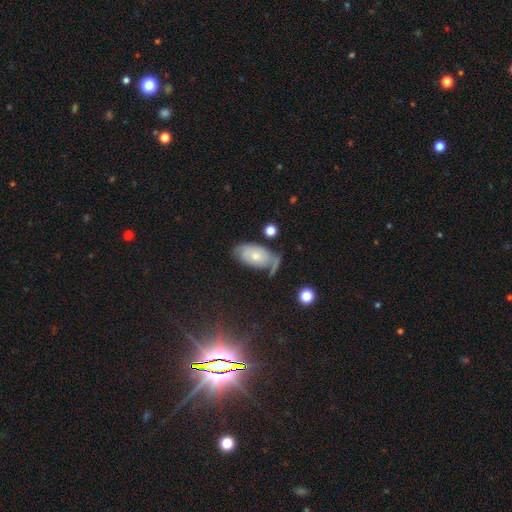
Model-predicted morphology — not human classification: smooth_or_featured: smooth (p=0.49) [alt: featured or disk p=0.42]
merging: none (p=0.48) [alt: minor disturbance p=0.28]